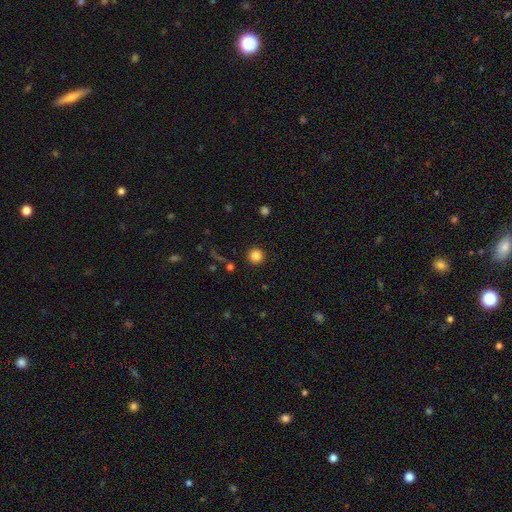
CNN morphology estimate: smooth_or_featured: smooth (p=0.84) [alt: star or artifact p=0.11]
how_rounded: round (p=0.96) [alt: in between p=0.03]
merging: none (p=0.92) [alt: minor disturbance p=0.04]